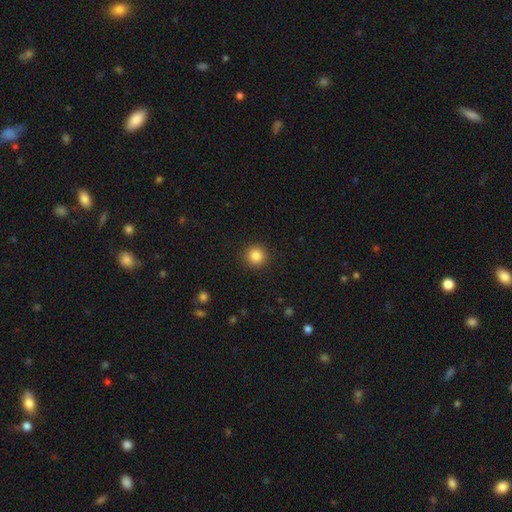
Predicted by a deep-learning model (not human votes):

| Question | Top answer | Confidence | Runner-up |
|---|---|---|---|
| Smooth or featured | smooth | 86% | star or artifact (11%) |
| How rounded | round | 94% | in between (5%) |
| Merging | none | 91% | minor disturbance (6%) |